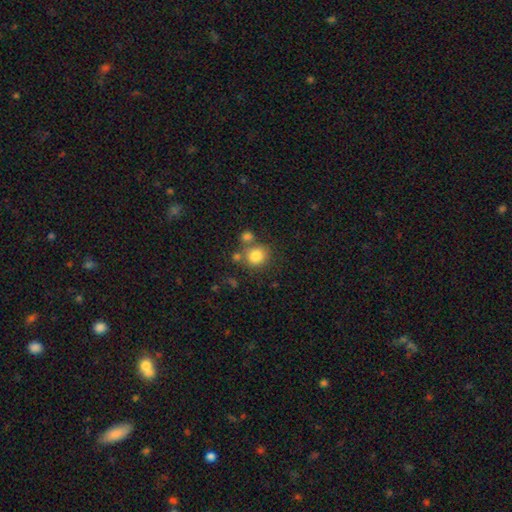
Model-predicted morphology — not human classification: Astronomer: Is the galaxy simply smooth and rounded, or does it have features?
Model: smooth — 82%.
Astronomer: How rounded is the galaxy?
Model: round — 81%.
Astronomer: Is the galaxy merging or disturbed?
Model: none — 64%.